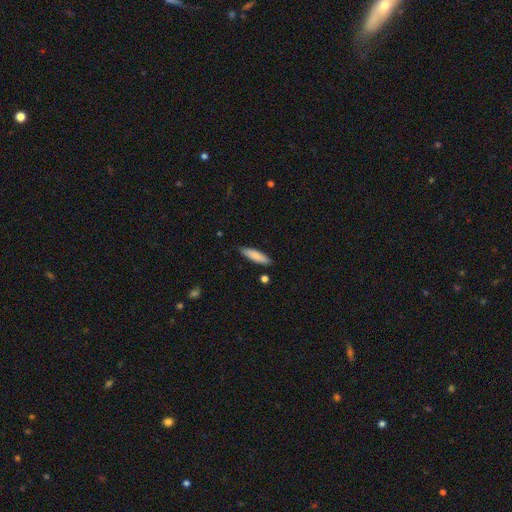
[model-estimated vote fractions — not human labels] smooth 82%, featured or disk 12%, star or artifact 6%. Down the decision tree: how rounded — cigar-shaped (69%); merging — none (87%).